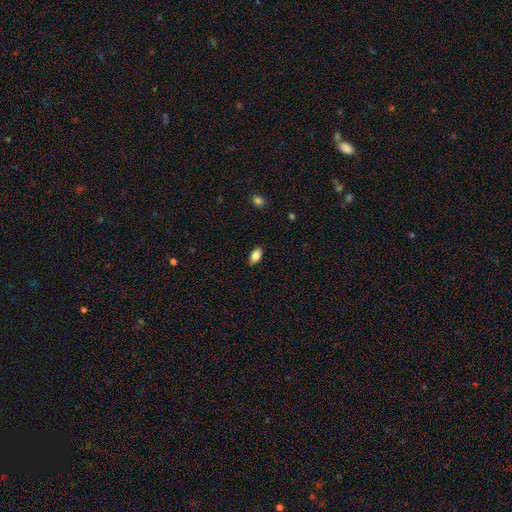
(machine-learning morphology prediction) Smooth or featured? smooth (85%)
How rounded? in between (91%)
Merging? none (86%)